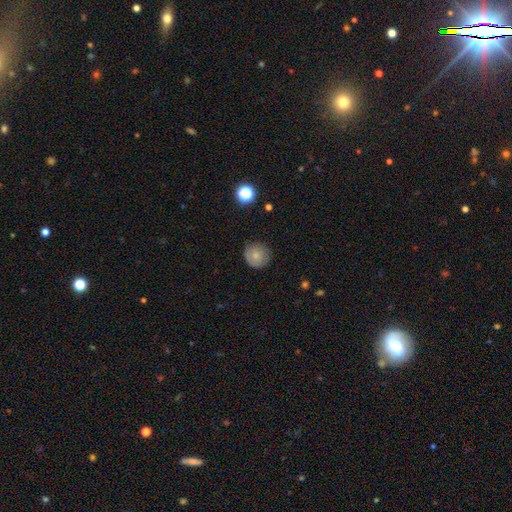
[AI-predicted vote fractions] Q: Smooth or featured?
A: smooth (77%); runner-up: featured or disk (14%)
Q: How rounded?
A: round (92%); runner-up: in between (7%)
Q: Merging?
A: none (84%); runner-up: minor disturbance (12%)